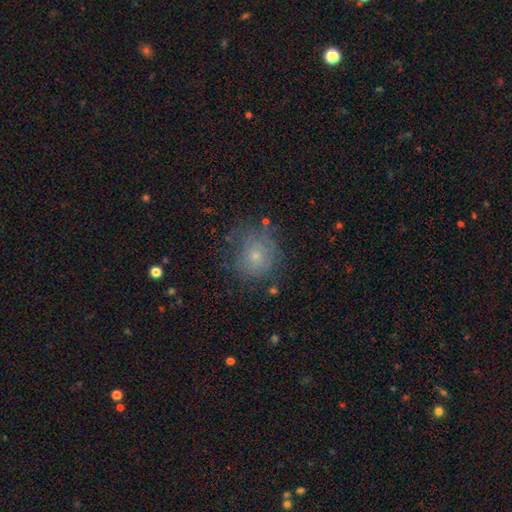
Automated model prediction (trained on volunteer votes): Smooth or featured? smooth (56%)
How rounded? round (83%)
Merging? none (67%)